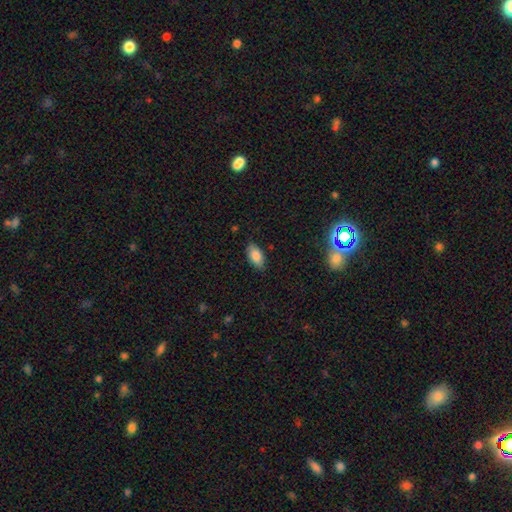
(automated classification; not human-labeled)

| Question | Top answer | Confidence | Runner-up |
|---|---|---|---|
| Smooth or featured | smooth | 85% | star or artifact (8%) |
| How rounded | in between | 92% | cigar-shaped (4%) |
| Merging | none | 83% | minor disturbance (13%) |